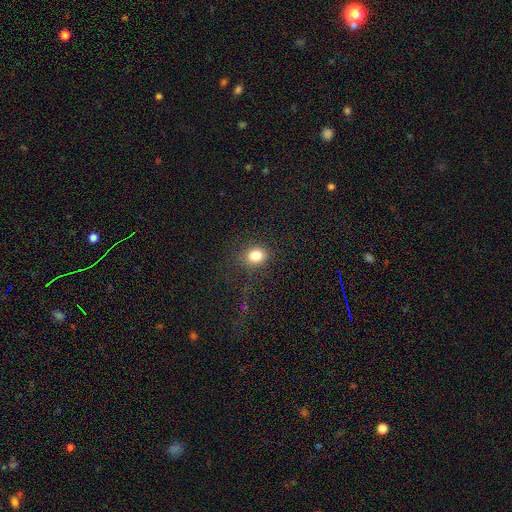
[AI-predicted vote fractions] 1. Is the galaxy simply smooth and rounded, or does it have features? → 83% smooth, 12% star or artifact, 6% featured or disk.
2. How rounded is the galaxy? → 63% round, 36% in between, 1% cigar-shaped.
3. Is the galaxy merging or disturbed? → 83% none, 11% minor disturbance, 5% major disturbance, 1% merger.